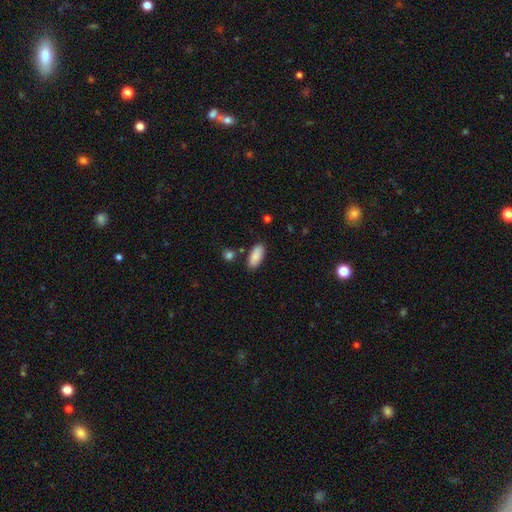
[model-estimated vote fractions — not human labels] A smooth galaxy with no disk features (87%) that is in between round and cigar-shaped (87%). Merging: none (83%).